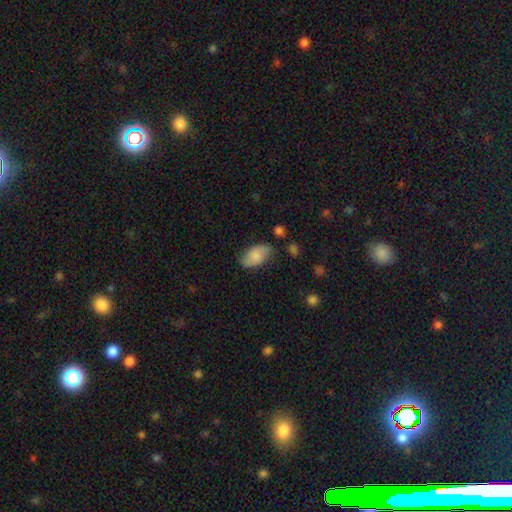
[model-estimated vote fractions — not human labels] This is likely a smooth galaxy (77%). How rounded: clearly in between (94%). Merging: likely none (74%).